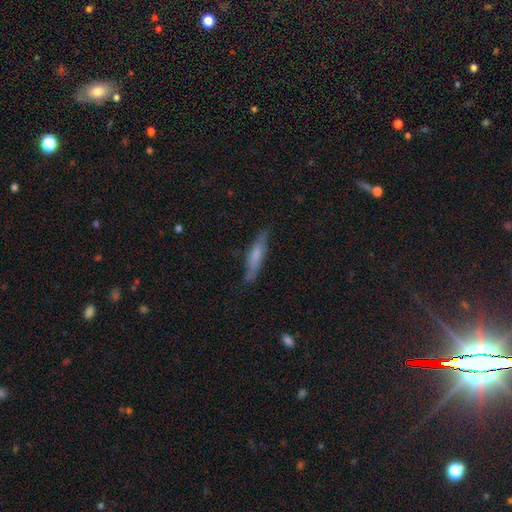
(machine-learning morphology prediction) A smooth galaxy with no disk features (57%) that is cigar-shaped (84%). Merging: none (75%).